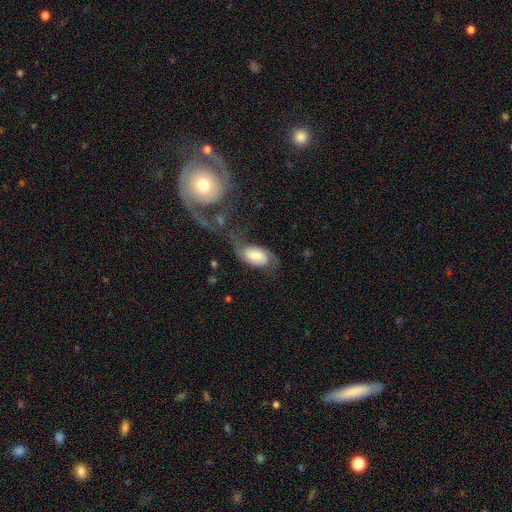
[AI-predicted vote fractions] The model was most divided on "bulge size": moderate: 36%, large: 26%, small: 22%, none: 8%, dominant: 7%. Remaining: edge-on disk — no (95%); spiral arms — yes (88%); bar — no (55%); smooth or featured — featured or disk (55%); merging — none (39%).